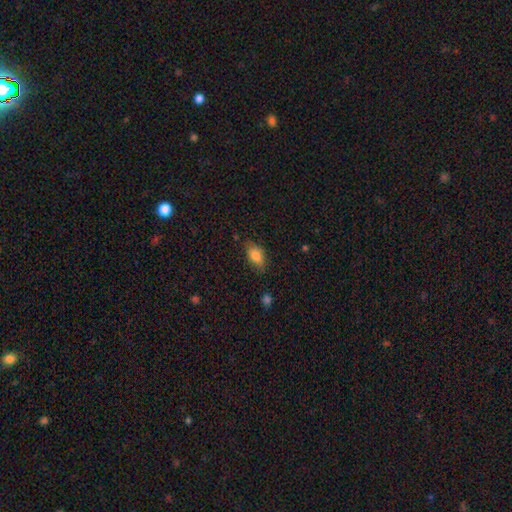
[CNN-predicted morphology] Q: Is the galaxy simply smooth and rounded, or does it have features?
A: smooth — 82%.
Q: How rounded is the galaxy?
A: in between — 88%.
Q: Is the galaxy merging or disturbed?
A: none — 73%.